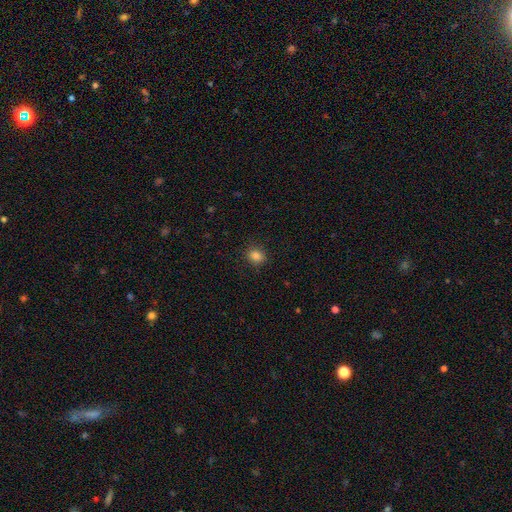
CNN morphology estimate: smooth_or_featured: smooth (p=0.84) [alt: star or artifact p=0.12]
how_rounded: round (p=0.66) [alt: in between p=0.33]
merging: none (p=0.87) [alt: minor disturbance p=0.09]